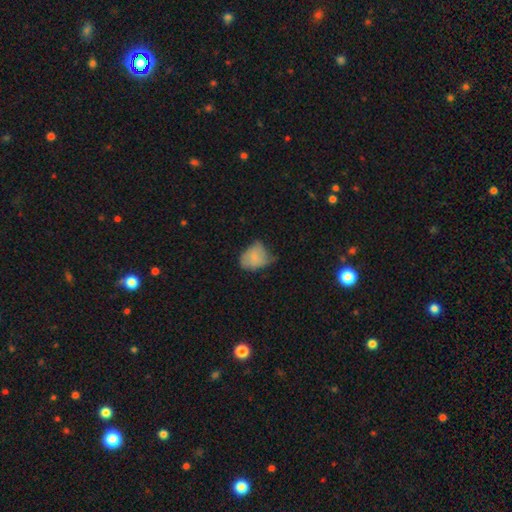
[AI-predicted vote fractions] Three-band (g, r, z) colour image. It shows a smooth galaxy with no disk features (74%) that is in between round and cigar-shaped (65%). Merging: minor disturbance (49%).